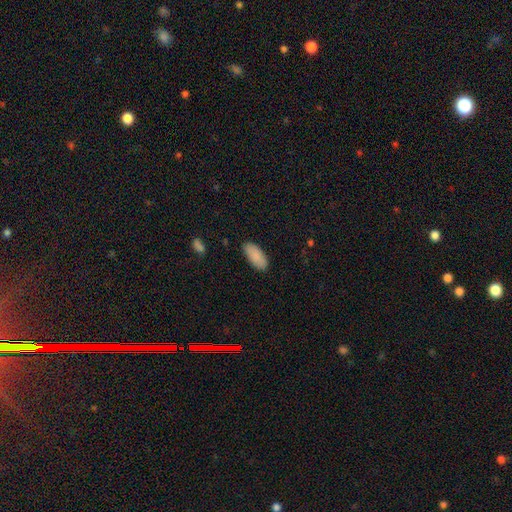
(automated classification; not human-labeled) Smooth or featured: smooth — 89% (star or artifact — 6%)
How rounded: in between — 86% (cigar-shaped — 12%)
Merging: none — 85% (minor disturbance — 11%)